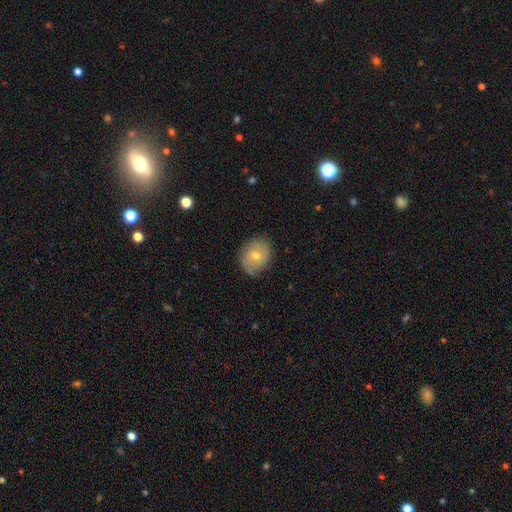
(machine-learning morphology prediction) Smooth or featured?
  - smooth: 59% *
  - featured or disk: 31%
  - star or artifact: 10%
How rounded?
  - in between: 57% *
  - round: 42%
  - cigar-shaped: 1%
Merging?
  - none: 79% *
  - minor disturbance: 16%
  - major disturbance: 4%
  - merger: 1%